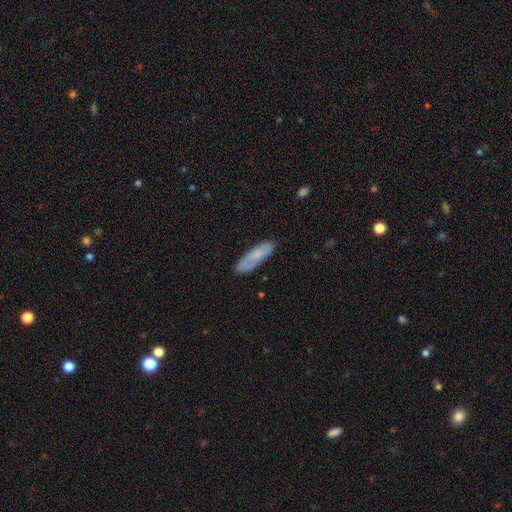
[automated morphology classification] This is likely a smooth galaxy (63%). How rounded: possibly cigar-shaped (52%). Merging: clearly none (82%).